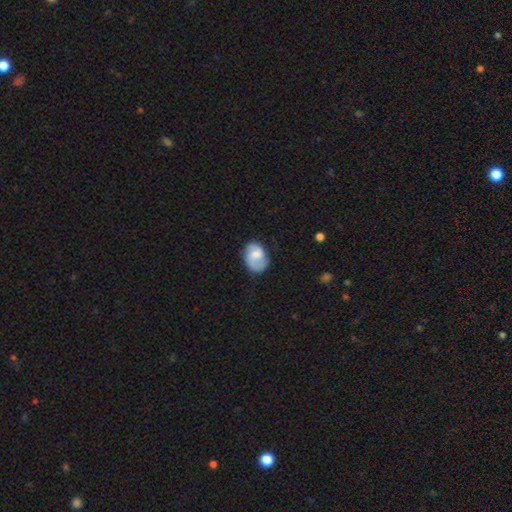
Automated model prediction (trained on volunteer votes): smooth 50%, featured or disk 43%, star or artifact 7%. Down the decision tree: merging — none (61%).